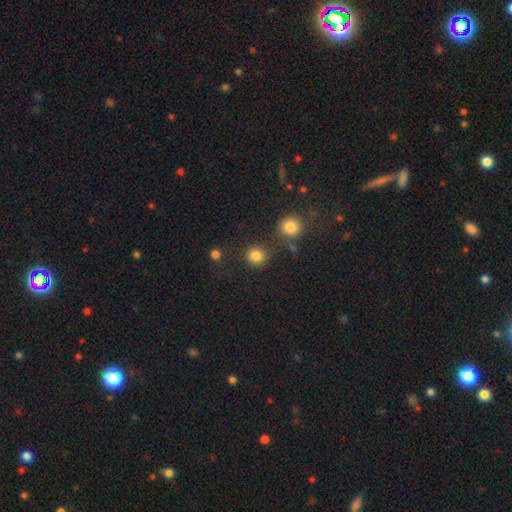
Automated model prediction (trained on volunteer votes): A smooth galaxy with no disk features (83%) that is round (92%).

Vote fractions:
- Smooth or featured? smooth: 83% / star or artifact: 12% / featured or disk: 4%
- How rounded? round: 92% / in between: 7% / cigar-shaped: 1%
- Merging? none: 83% / minor disturbance: 7% / merger: 7% / major disturbance: 3%